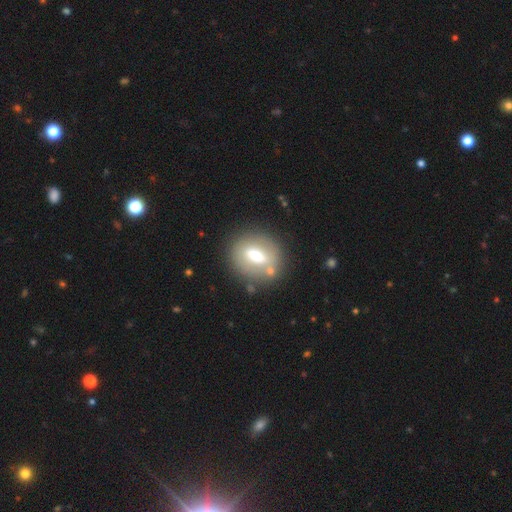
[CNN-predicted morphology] A smooth galaxy with no disk features (54%) that is round (48%).

Vote fractions:
- Smooth or featured? smooth: 54% / featured or disk: 38% / star or artifact: 8%
- How rounded? round: 48% / in between: 47% / cigar-shaped: 5%
- Merging? none: 76% / minor disturbance: 12% / merger: 8% / major disturbance: 5%